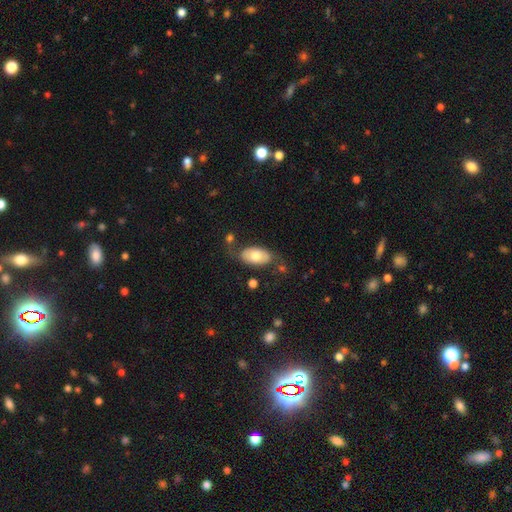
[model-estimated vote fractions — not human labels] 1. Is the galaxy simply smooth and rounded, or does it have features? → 68% smooth, 26% featured or disk, 6% star or artifact.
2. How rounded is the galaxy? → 93% in between, 5% round, 2% cigar-shaped.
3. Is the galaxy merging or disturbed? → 65% none, 20% minor disturbance, 9% major disturbance, 6% merger.